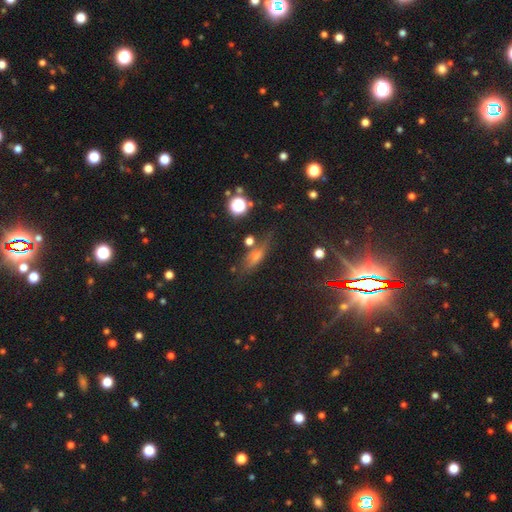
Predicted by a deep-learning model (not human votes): A smooth galaxy with no disk features (42%).

Vote fractions:
- Smooth or featured? smooth: 42% / star or artifact: 32% / featured or disk: 27%
- Merging? none: 64% / minor disturbance: 20% / major disturbance: 9% / merger: 8%